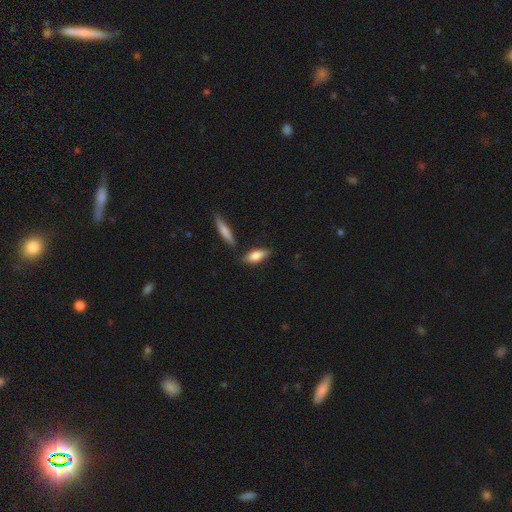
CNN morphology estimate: Overall: smooth (73%). How rounded: in between (59%; cigar-shaped 38%). Merging: none (77%).